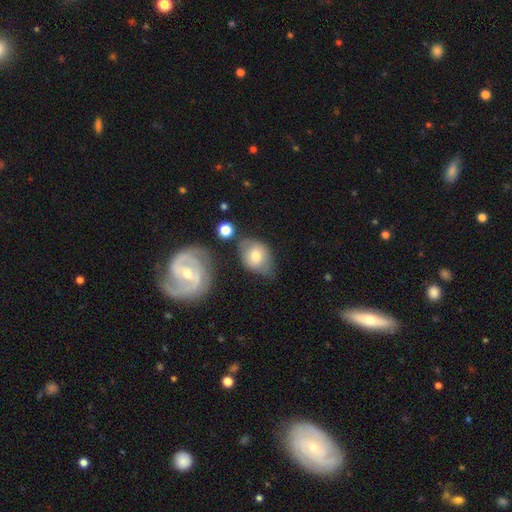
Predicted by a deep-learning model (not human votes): smooth_or_featured: smooth (p=0.65) [alt: featured or disk p=0.28]
how_rounded: in between (p=0.63) [alt: round p=0.36]
merging: none (p=0.48) [alt: minor disturbance p=0.29]